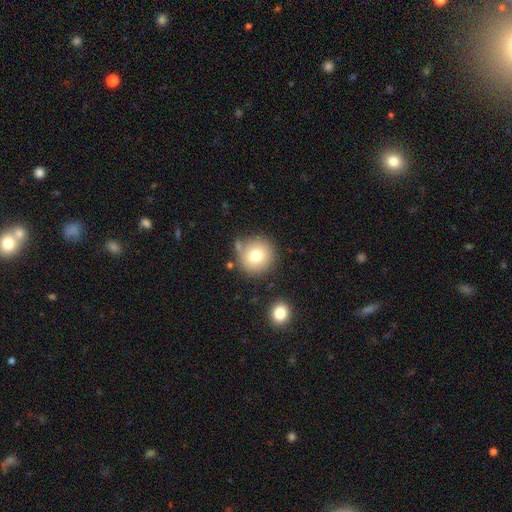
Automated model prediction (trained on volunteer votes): Smooth or featured?
  - smooth: 75% *
  - featured or disk: 14%
  - star or artifact: 11%
How rounded?
  - round: 93% *
  - in between: 6%
  - cigar-shaped: 1%
Merging?
  - none: 74% *
  - minor disturbance: 13%
  - merger: 8%
  - major disturbance: 4%